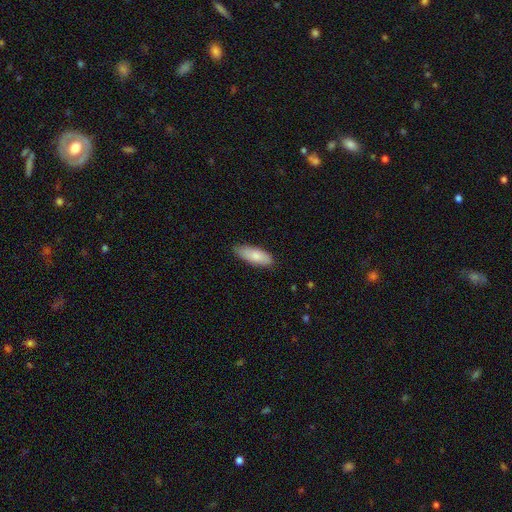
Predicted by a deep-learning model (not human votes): Morphology: type=smooth (83%); roundness=in between (72%); merging=none (82%).